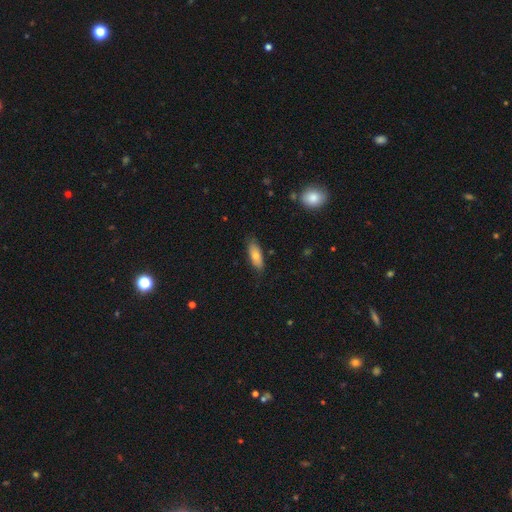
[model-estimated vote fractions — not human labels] smooth 75%, featured or disk 18%, star or artifact 7%. Down the decision tree: how rounded — in between (70%); merging — none (81%).